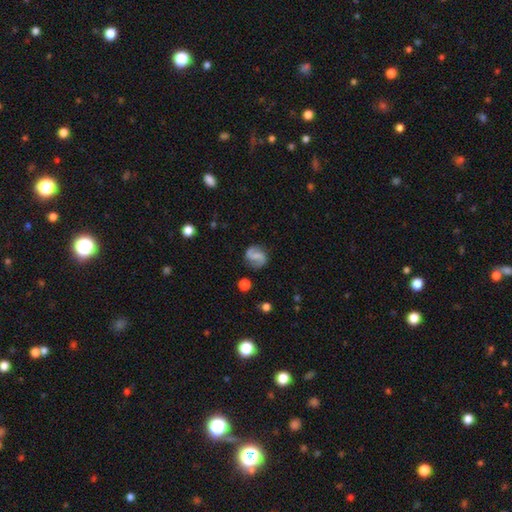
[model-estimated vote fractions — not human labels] A featured or disk galaxy (75%) with a weak bar (45%), 2 (92%) loose (45%) spiral arms (94%) and no central bulge (40%). Merging: none (79%).